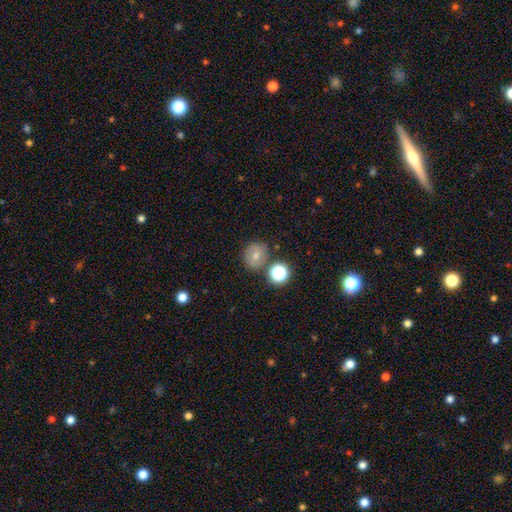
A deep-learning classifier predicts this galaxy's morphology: Overall: smooth (67%). How rounded: round (77%). Merging: none (71%).